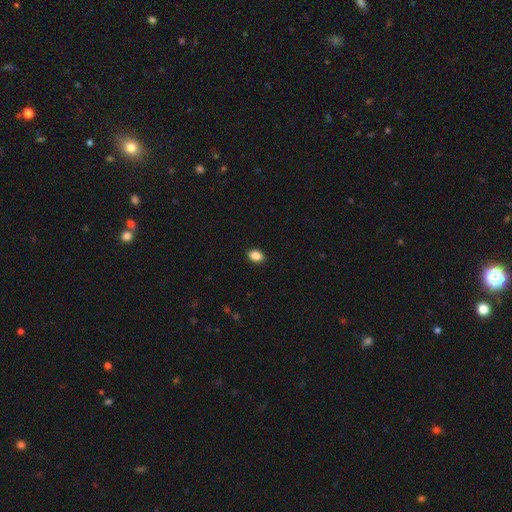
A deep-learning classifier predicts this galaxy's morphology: A smooth galaxy with no disk features (88%) that is in between round and cigar-shaped (73%). Merging: none (91%).